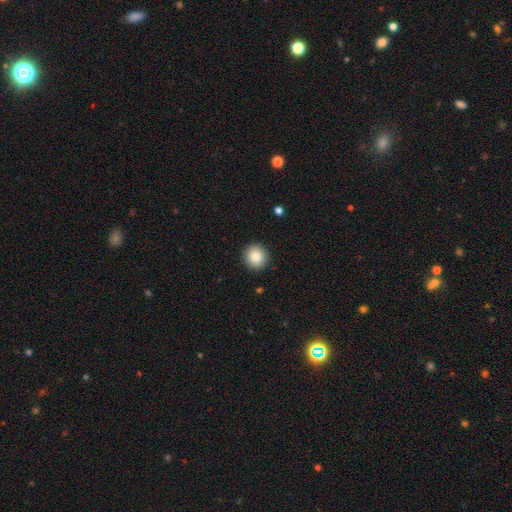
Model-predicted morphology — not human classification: This appears to be a smooth galaxy with no disk features (84%) that is round (93%). Merging: none (92%).